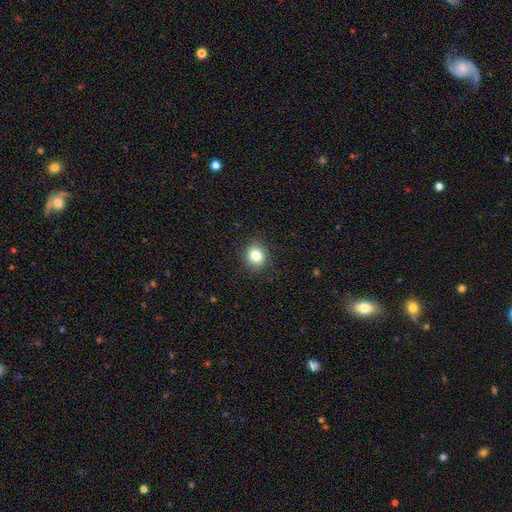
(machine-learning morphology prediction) Smooth or featured? Predicted: smooth (p=0.82). How rounded? Predicted: round (p=0.76). Merging? Predicted: none (p=0.89).